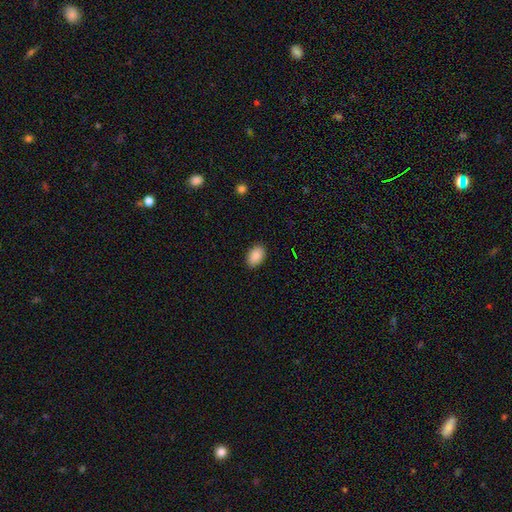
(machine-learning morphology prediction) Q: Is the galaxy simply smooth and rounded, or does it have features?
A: smooth — 88%.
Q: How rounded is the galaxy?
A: in between — 90%.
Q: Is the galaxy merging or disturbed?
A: none — 89%.